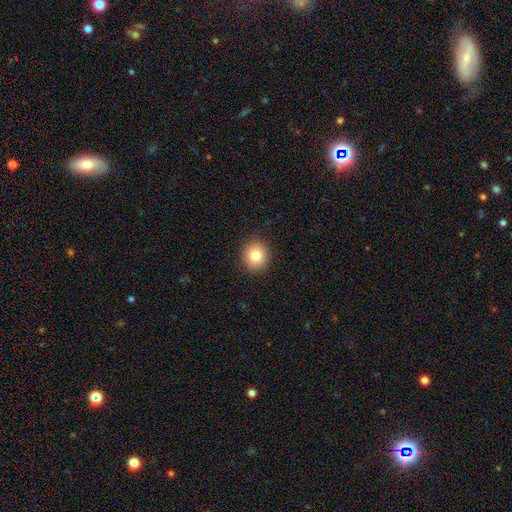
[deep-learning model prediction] Smooth or featured?
  - smooth: 81% *
  - star or artifact: 10%
  - featured or disk: 9%
How rounded?
  - round: 85% *
  - in between: 14%
  - cigar-shaped: 1%
Merging?
  - none: 90% *
  - minor disturbance: 7%
  - major disturbance: 2%
  - merger: 1%